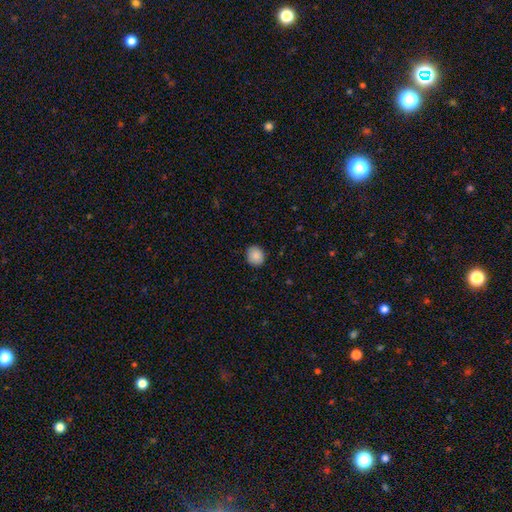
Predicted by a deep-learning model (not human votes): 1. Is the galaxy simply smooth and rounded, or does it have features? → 89% smooth, 8% star or artifact, 3% featured or disk.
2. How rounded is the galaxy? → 67% round, 32% in between, 1% cigar-shaped.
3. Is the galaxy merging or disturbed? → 89% none, 8% minor disturbance, 2% major disturbance, 1% merger.